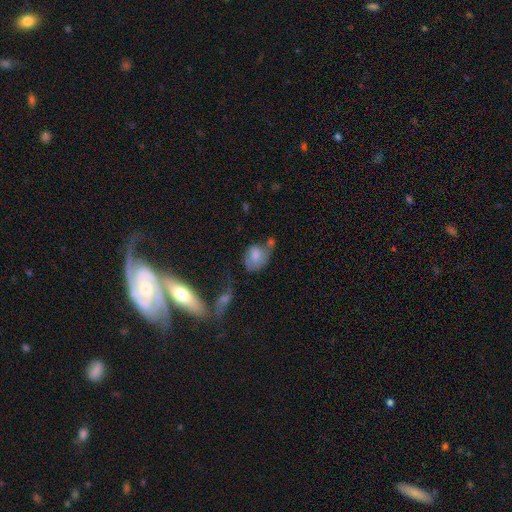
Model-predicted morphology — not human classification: Smooth or featured?
  - smooth: 64% *
  - featured or disk: 27%
  - star or artifact: 9%
How rounded?
  - in between: 66% *
  - round: 33%
  - cigar-shaped: 2%
Merging?
  - none: 35% *
  - minor disturbance: 25%
  - merger: 21%
  - major disturbance: 18%